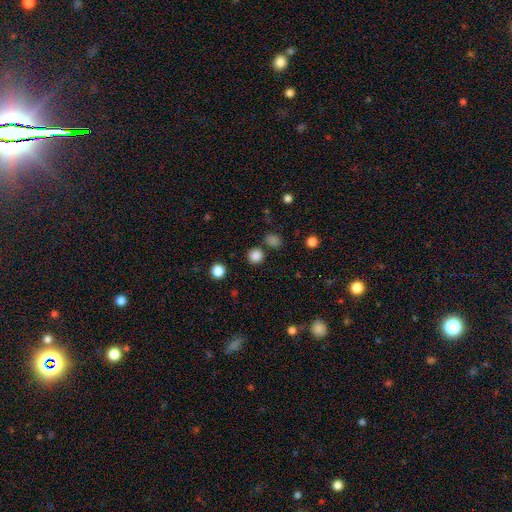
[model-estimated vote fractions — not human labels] smooth-or-featured: smooth: 83% | star or artifact: 14% | featured or disk: 3%
  how-rounded: round: 92% | in between: 7% | cigar-shaped: 1%
  merging: none: 84% | minor disturbance: 7% | merger: 7% | major disturbance: 3%